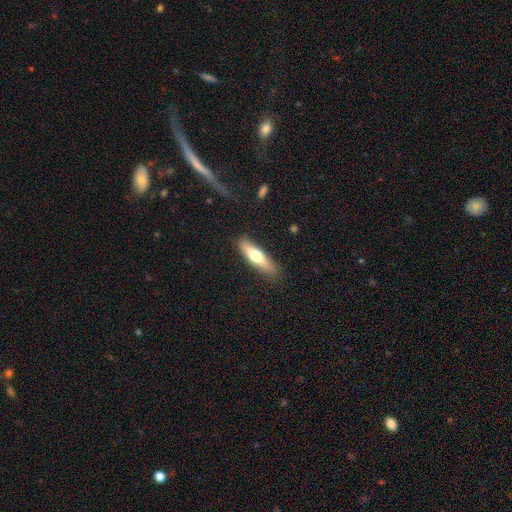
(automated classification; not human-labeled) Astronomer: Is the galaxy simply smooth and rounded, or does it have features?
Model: smooth — 63%.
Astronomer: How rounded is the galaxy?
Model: cigar-shaped — 68%.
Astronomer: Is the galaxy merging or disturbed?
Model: none — 83%.